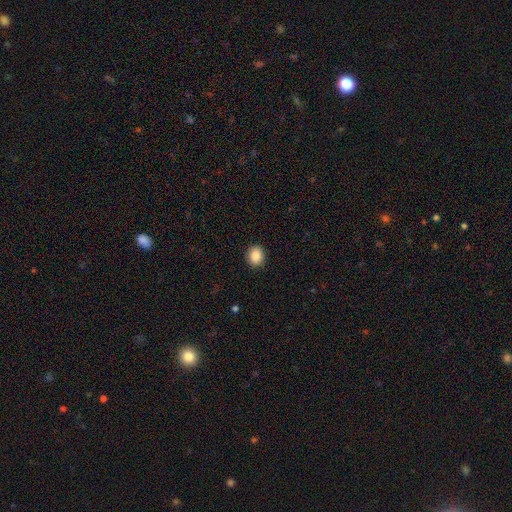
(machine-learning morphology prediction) smooth-or-featured: smooth: 87% | star or artifact: 9% | featured or disk: 4%
  how-rounded: round: 65% | in between: 34% | cigar-shaped: 1%
  merging: none: 92% | minor disturbance: 6% | major disturbance: 2% | merger: 1%